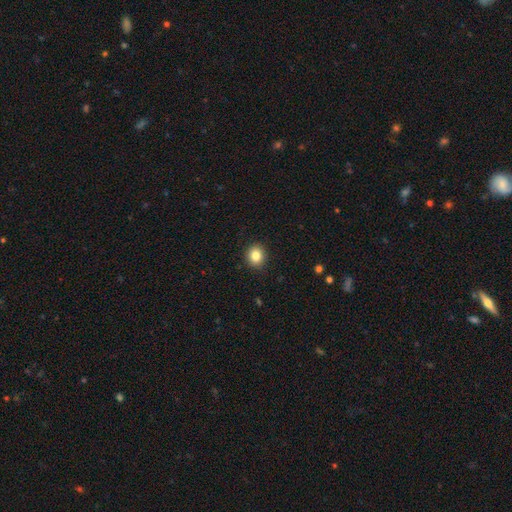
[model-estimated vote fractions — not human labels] smooth 84%, star or artifact 10%, featured or disk 6%. Down the decision tree: how rounded — round (80%); merging — none (91%).